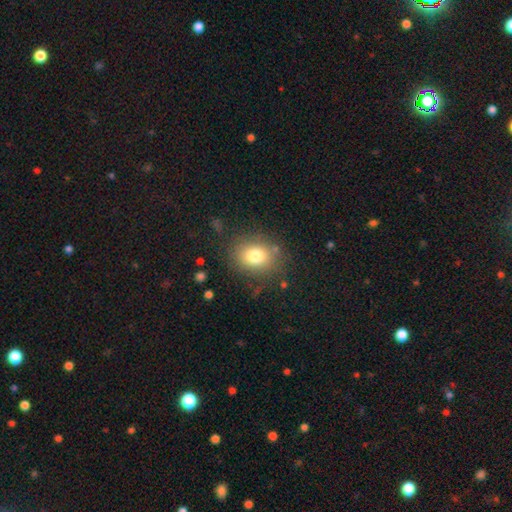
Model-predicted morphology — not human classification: Smooth or featured: smooth — 78% (star or artifact — 11%)
How rounded: round — 53% (in between — 46%)
Merging: none — 80% (minor disturbance — 12%)